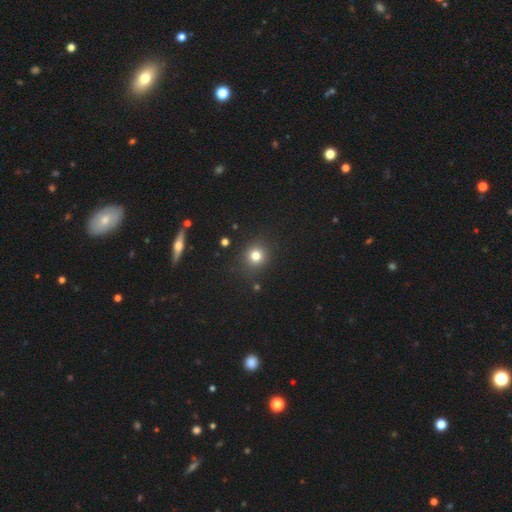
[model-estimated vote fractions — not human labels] A smooth galaxy with no disk features (78%) that is round (87%). Merging: none (87%).